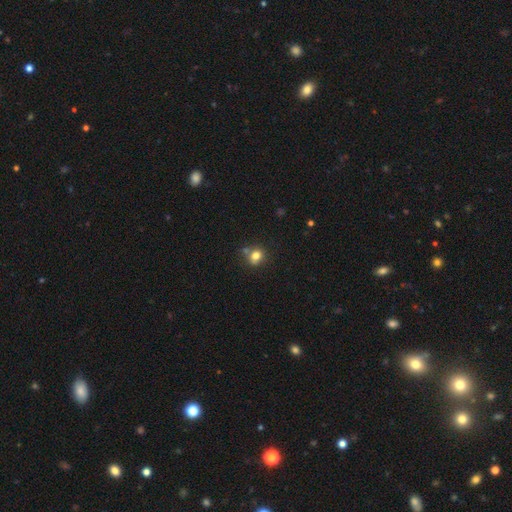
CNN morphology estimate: A smooth galaxy with no disk features (77%) that is round (73%).

Vote fractions:
- Smooth or featured? smooth: 77% / star or artifact: 13% / featured or disk: 10%
- How rounded? round: 73% / in between: 26% / cigar-shaped: 1%
- Merging? none: 63% / merger: 17% / minor disturbance: 16% / major disturbance: 5%